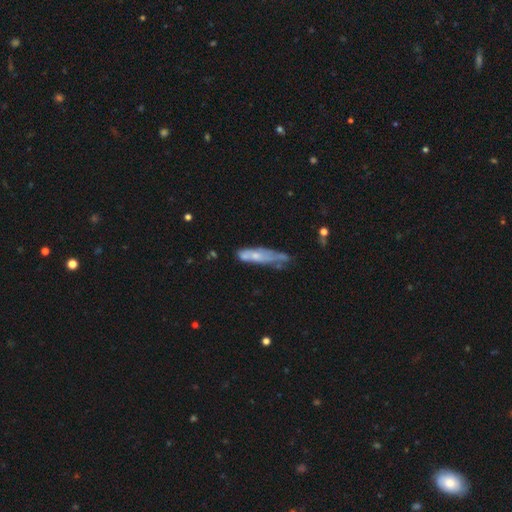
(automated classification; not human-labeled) Smooth or featured? featured or disk (47%)
Merging? none (41%)